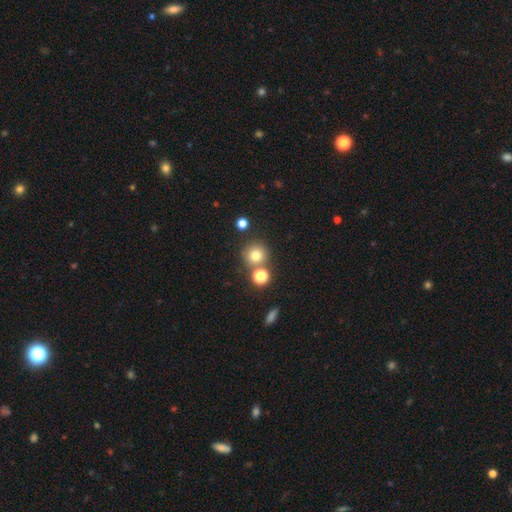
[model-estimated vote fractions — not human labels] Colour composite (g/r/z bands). It shows a smooth galaxy with no disk features (76%) that is round (92%). Merging: none (70%).